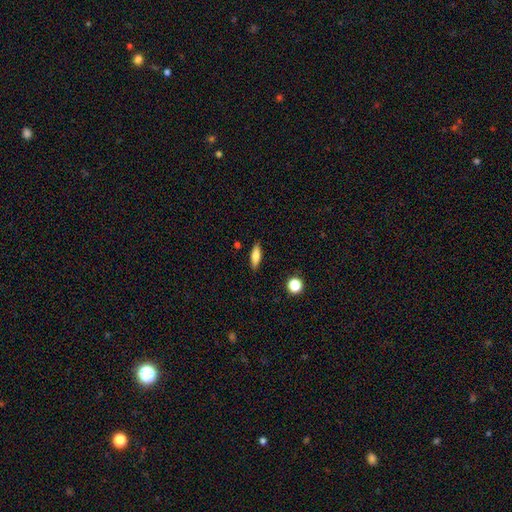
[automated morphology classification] Q: Smooth or featured?
A: smooth (79%); runner-up: featured or disk (13%)
Q: How rounded?
A: in between (54%); runner-up: cigar-shaped (43%)
Q: Merging?
A: none (86%); runner-up: minor disturbance (10%)